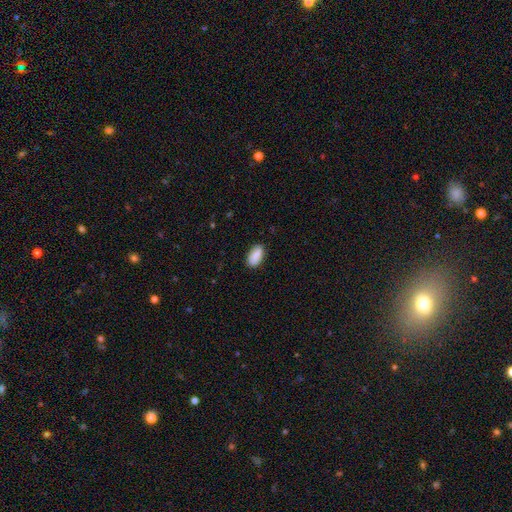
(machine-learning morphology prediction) Smooth or featured?
  - smooth: 80% *
  - featured or disk: 13%
  - star or artifact: 7%
How rounded?
  - in between: 91% *
  - cigar-shaped: 5%
  - round: 4%
Merging?
  - none: 84% *
  - minor disturbance: 12%
  - major disturbance: 2%
  - merger: 1%